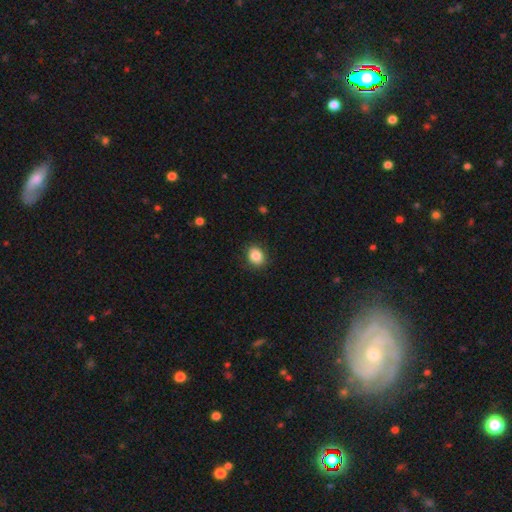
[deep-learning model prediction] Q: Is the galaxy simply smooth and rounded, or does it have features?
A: smooth — 85%.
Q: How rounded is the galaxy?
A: round — 57%.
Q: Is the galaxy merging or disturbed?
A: none — 87%.